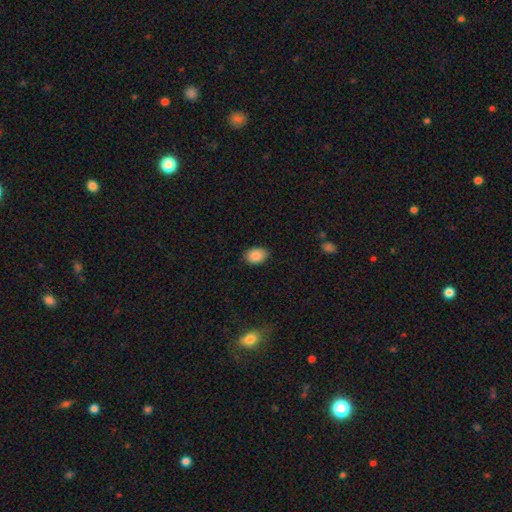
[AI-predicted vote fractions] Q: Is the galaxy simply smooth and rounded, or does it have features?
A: smooth — 88%.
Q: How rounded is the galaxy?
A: in between — 83%.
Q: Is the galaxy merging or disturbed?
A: none — 83%.